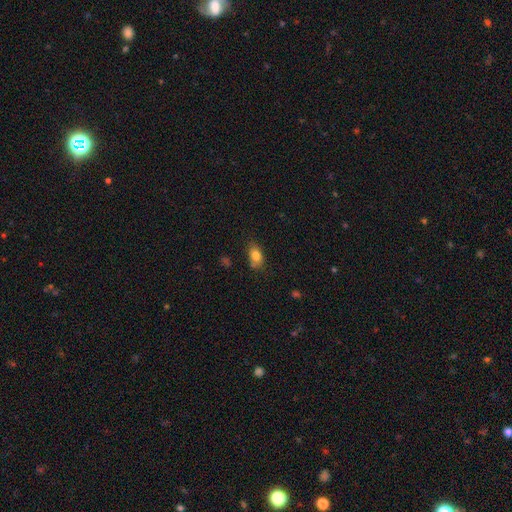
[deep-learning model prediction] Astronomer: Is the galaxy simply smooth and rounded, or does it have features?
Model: smooth — 81%.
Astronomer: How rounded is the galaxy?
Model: in between — 82%.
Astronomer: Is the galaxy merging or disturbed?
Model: none — 68%.